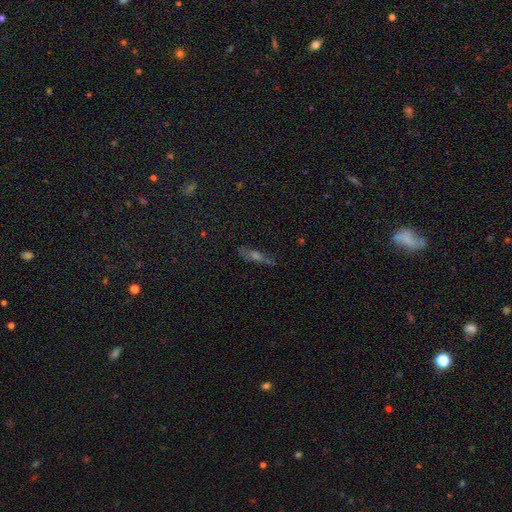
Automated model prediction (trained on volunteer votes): This is possibly a featured or disk galaxy (45%). Merging: likely none (72%).